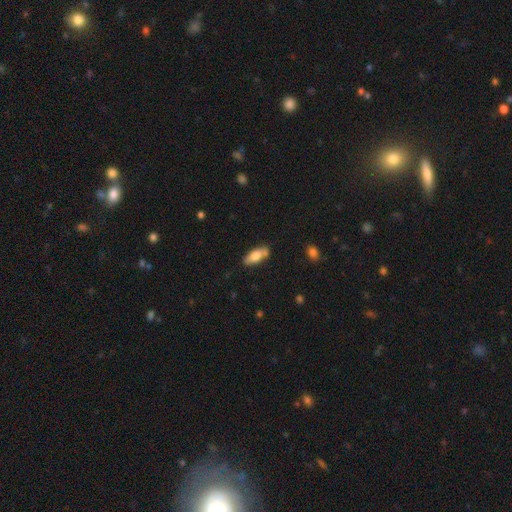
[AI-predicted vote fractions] Overall: smooth (70%). How rounded: in between (72%). Merging: none (72%).